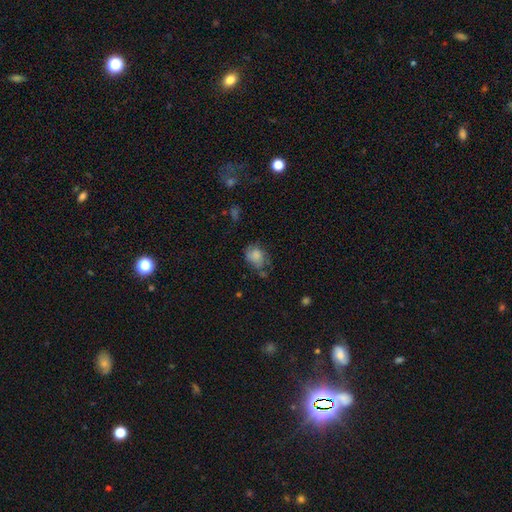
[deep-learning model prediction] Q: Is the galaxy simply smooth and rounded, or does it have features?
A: smooth — 72%.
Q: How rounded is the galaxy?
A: in between — 51%.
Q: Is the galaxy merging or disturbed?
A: none — 47%.